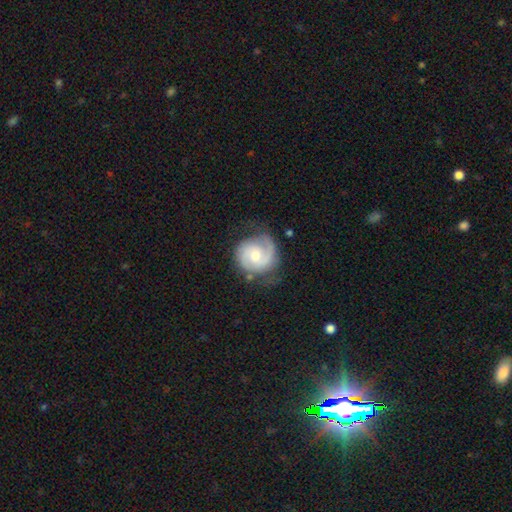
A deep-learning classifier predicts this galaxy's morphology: This is likely a featured or disk galaxy (78%). It is clearly not viewed edge-on (98%). Bar: possibly no (58%). Spiral arm pattern: clearly yes (94%). Spiral arm count: likely 2 (73%). Spiral winding: marginally tight (44%). Central bulge: possibly moderate (58%). Merging: likely none (66%).